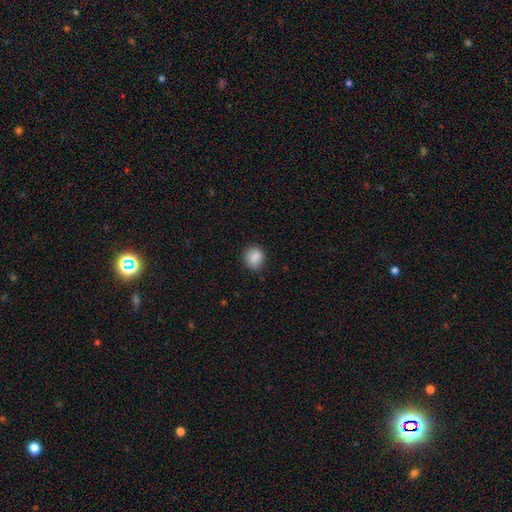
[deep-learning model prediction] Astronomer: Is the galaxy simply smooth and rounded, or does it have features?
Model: smooth — 88%.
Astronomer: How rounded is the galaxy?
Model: round — 78%.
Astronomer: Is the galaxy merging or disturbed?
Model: none — 81%.